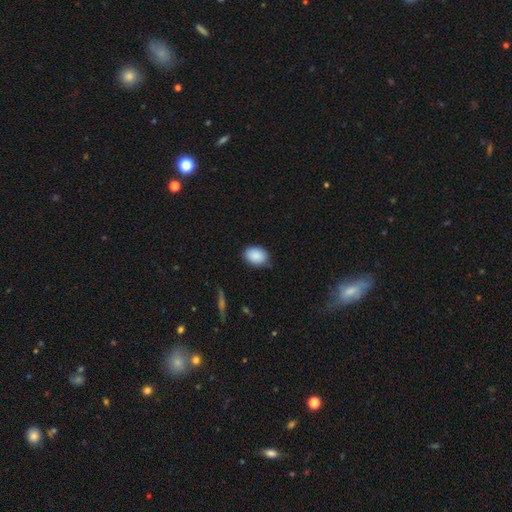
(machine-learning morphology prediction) A smooth galaxy with no disk features (89%) that is in between round and cigar-shaped (72%). Merging: none (80%).